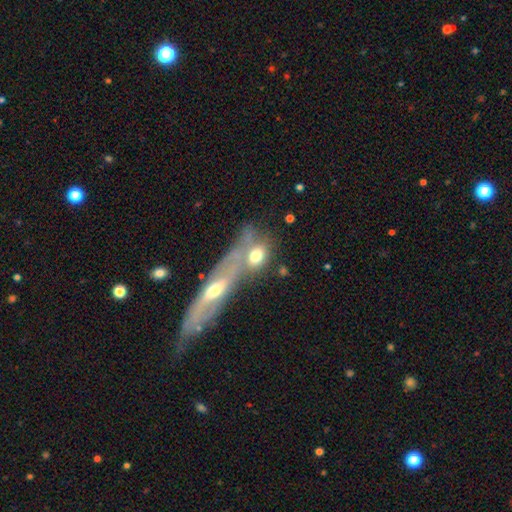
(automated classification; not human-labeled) smooth 59%, featured or disk 31%, star or artifact 10%. Down the decision tree: how rounded — in between (51%); merging — merger (48%).